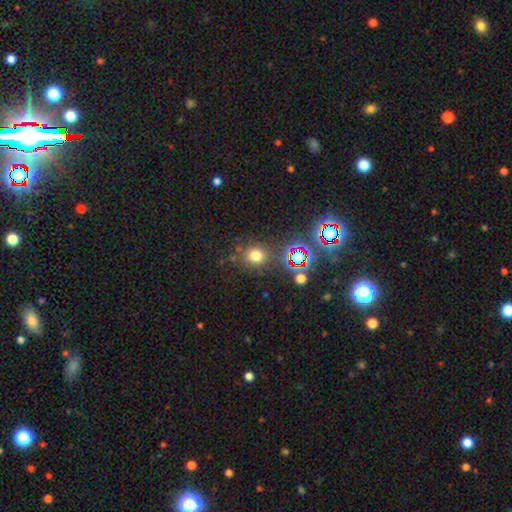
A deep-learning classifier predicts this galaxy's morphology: smooth_or_featured: smooth (p=0.66) [alt: star or artifact p=0.27]
how_rounded: round (p=0.79) [alt: in between p=0.20]
merging: none (p=0.80) [alt: minor disturbance p=0.10]